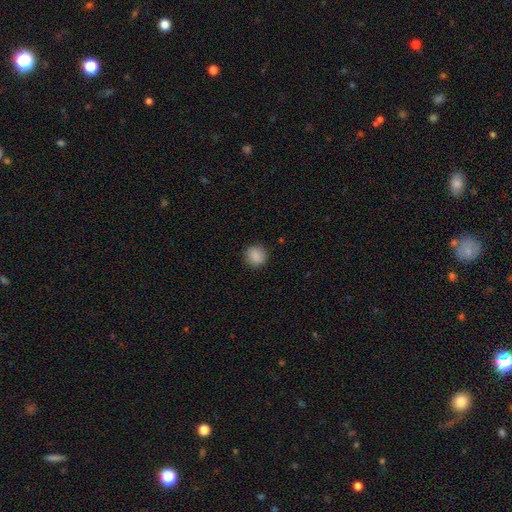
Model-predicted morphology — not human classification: A smooth galaxy with no disk features (88%) that is round (90%). Merging: none (89%).